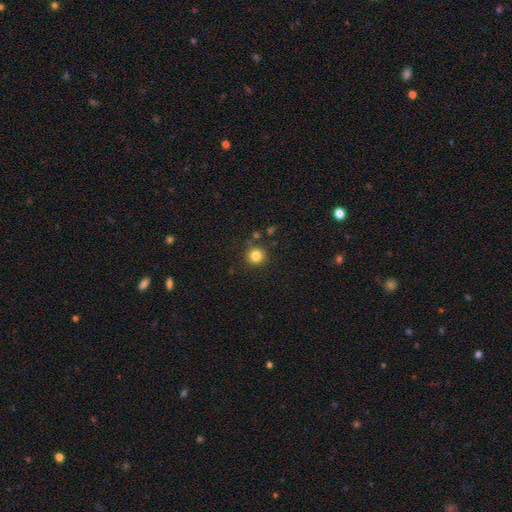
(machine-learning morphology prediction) smooth 83%, star or artifact 12%, featured or disk 5%. Down the decision tree: how rounded — round (92%); merging — none (85%).